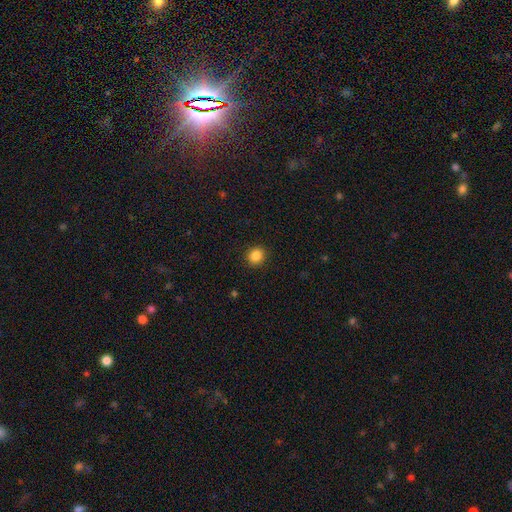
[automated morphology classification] The model was most divided on "how rounded": round: 84%, in between: 15%, cigar-shaped: 1%. More confident: merging — none (91%); smooth or featured — smooth (86%).